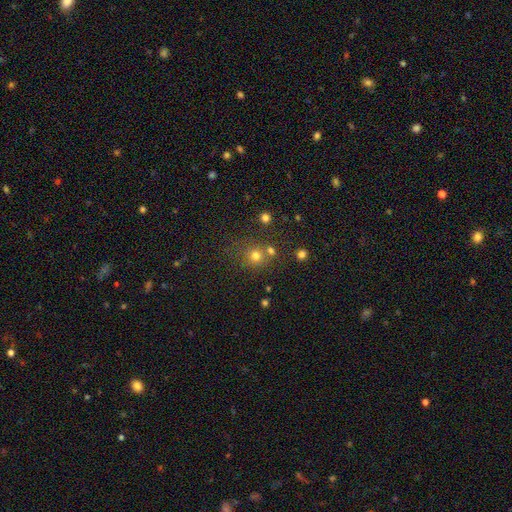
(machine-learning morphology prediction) smooth-or-featured: smooth: 73% | star or artifact: 19% | featured or disk: 8%
  how-rounded: round: 88% | in between: 11% | cigar-shaped: 1%
  merging: none: 66% | merger: 20% | minor disturbance: 10% | major disturbance: 4%